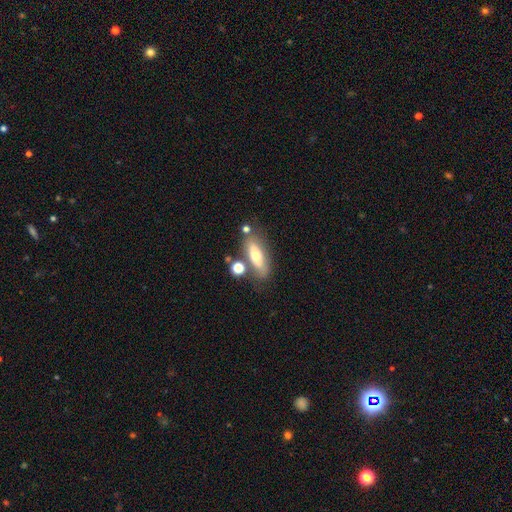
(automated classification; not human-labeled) Smooth or featured?
  - smooth: 55% *
  - featured or disk: 37%
  - star or artifact: 8%
How rounded?
  - in between: 66% *
  - cigar-shaped: 29%
  - round: 4%
Merging?
  - none: 67% *
  - minor disturbance: 16%
  - merger: 11%
  - major disturbance: 6%